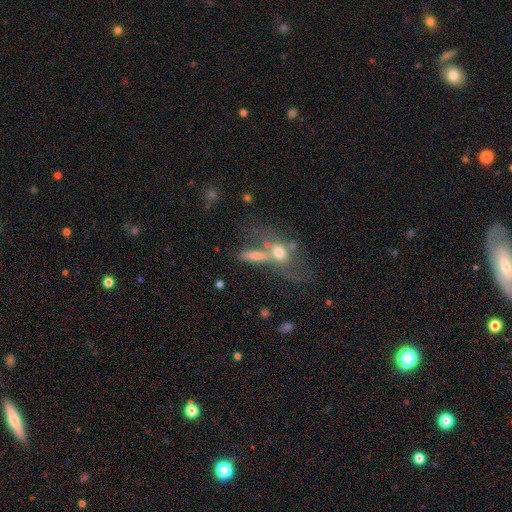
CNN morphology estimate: Smooth or featured?
  - smooth: 58% *
  - featured or disk: 29%
  - star or artifact: 12%
How rounded?
  - in between: 49% *
  - cigar-shaped: 37%
  - round: 13%
Merging?
  - merger: 47% *
  - none: 29%
  - major disturbance: 12%
  - minor disturbance: 12%